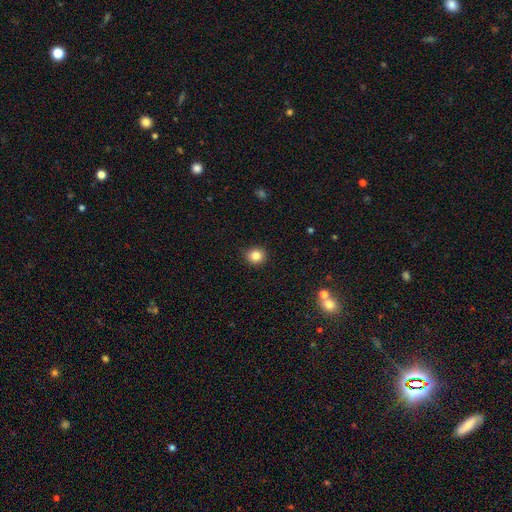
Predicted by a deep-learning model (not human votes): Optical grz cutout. It shows a smooth galaxy with no disk features (83%) that is round (88%). Merging: none (90%).